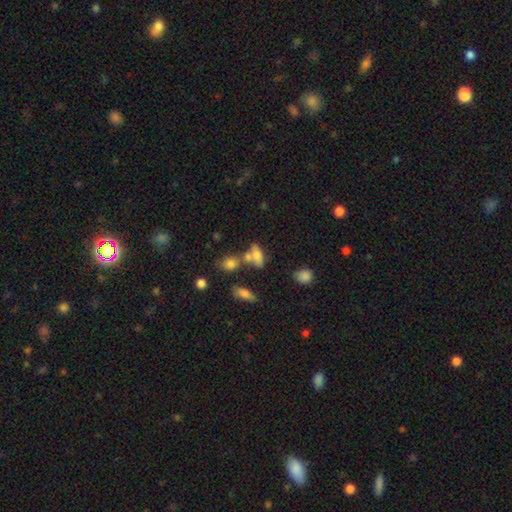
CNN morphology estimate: The model was most divided on "merging": none: 40%, merger: 38%, minor disturbance: 14%, major disturbance: 8%. More confident: how rounded — in between (70%); smooth or featured — smooth (68%).